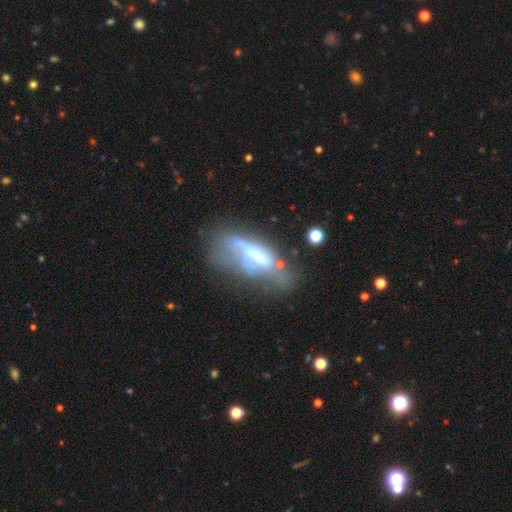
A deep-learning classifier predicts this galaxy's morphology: A featured or disk galaxy (55%). Merging: major disturbance (37%).